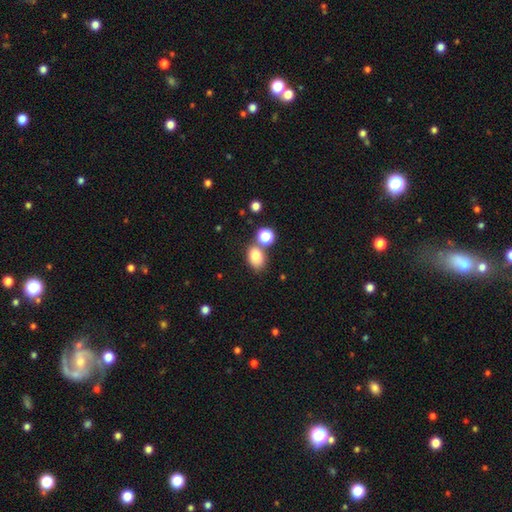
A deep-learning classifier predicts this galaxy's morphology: Smooth or featured?
  - smooth: 81% *
  - star or artifact: 12%
  - featured or disk: 8%
How rounded?
  - in between: 71% *
  - round: 28%
  - cigar-shaped: 1%
Merging?
  - none: 61% *
  - merger: 22%
  - minor disturbance: 13%
  - major disturbance: 4%